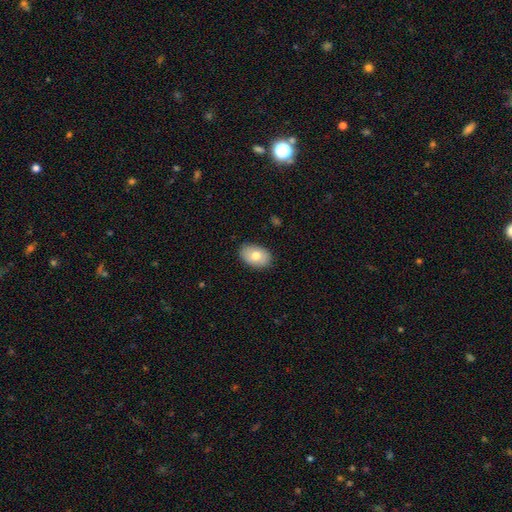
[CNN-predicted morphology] smooth-or-featured: smooth: 76% | featured or disk: 17% | star or artifact: 7%
  how-rounded: in between: 86% | round: 13% | cigar-shaped: 1%
  merging: none: 86% | minor disturbance: 11% | major disturbance: 2% | merger: 1%